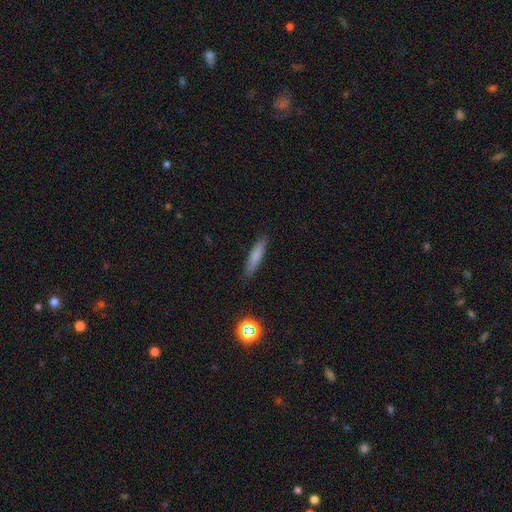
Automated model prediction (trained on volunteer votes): The model was most divided on "smooth or featured": smooth: 79%, featured or disk: 12%, star or artifact: 9%. More confident: merging — none (87%); how rounded — cigar-shaped (83%).